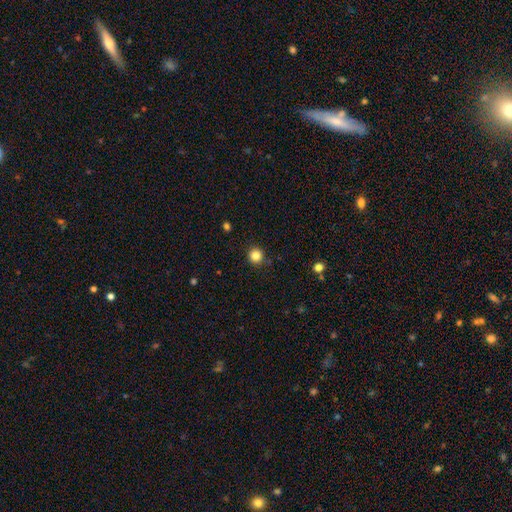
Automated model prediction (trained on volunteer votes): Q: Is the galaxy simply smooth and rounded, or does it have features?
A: smooth — 84%.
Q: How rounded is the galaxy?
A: round — 95%.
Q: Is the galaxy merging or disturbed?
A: none — 89%.